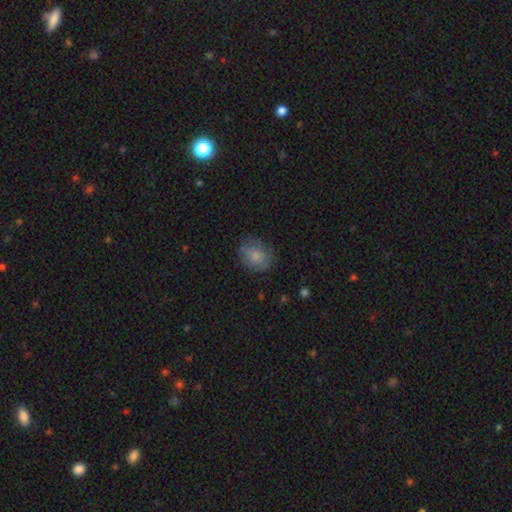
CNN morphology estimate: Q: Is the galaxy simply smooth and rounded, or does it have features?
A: smooth — 77%.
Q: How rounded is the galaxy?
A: in between — 58%.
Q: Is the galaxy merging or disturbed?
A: none — 71%.